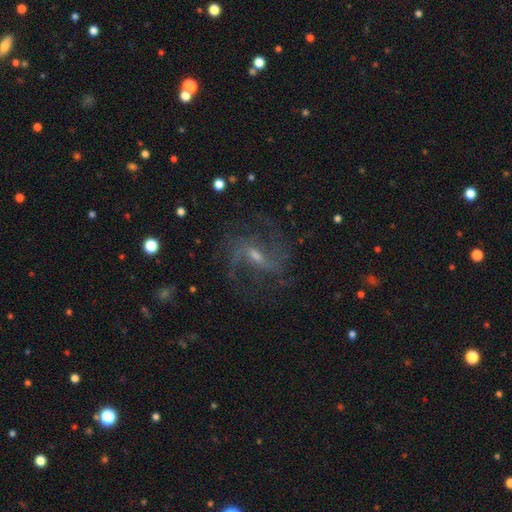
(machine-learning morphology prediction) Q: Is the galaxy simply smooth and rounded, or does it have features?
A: featured or disk — 86%.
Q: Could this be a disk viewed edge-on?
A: no — 97%.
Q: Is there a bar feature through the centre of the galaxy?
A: weak — 56%.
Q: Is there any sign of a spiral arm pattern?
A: yes — 96%.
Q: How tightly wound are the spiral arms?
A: medium — 48%.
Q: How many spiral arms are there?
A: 2 — 61%.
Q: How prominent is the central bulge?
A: small — 51%.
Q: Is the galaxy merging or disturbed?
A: none — 69%.